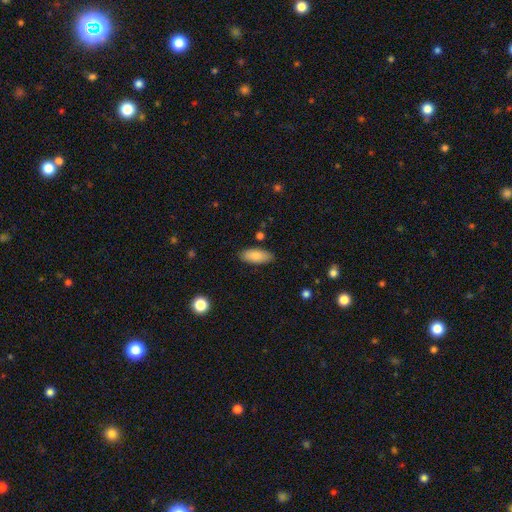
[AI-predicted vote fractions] This appears to be a smooth galaxy with no disk features (82%) that is in between round and cigar-shaped (85%). Merging: none (86%).